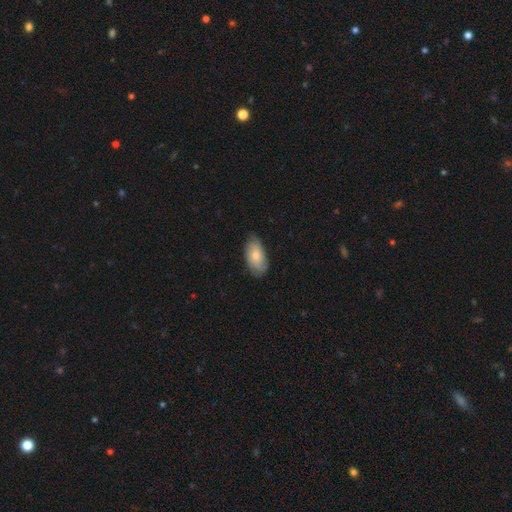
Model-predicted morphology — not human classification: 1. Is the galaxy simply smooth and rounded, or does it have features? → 63% smooth, 31% featured or disk, 6% star or artifact.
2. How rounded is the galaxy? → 93% in between, 4% cigar-shaped, 3% round.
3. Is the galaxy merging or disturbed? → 77% none, 19% minor disturbance, 3% major disturbance, 1% merger.